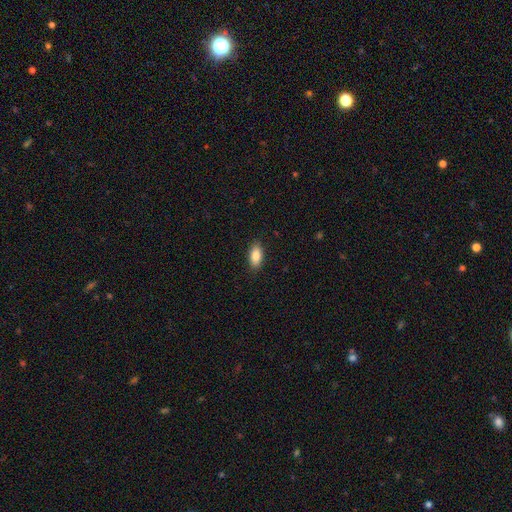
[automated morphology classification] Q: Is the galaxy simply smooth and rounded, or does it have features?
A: smooth — 87%.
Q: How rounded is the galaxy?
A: in between — 90%.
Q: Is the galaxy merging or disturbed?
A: none — 88%.